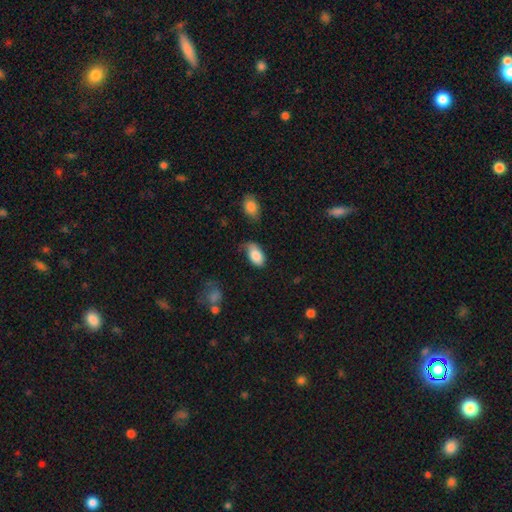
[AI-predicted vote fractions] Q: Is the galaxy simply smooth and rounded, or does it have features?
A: smooth — 84%.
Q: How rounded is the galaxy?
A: in between — 94%.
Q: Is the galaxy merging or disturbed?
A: none — 45%.